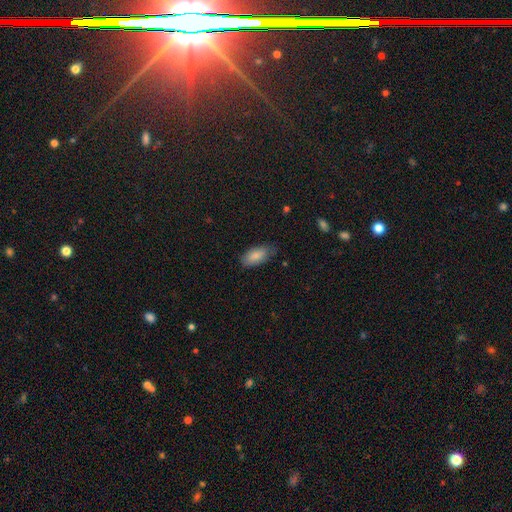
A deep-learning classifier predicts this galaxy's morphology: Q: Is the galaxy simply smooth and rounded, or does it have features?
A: smooth — 85%.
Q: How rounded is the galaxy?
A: in between — 90%.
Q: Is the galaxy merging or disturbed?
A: none — 73%.